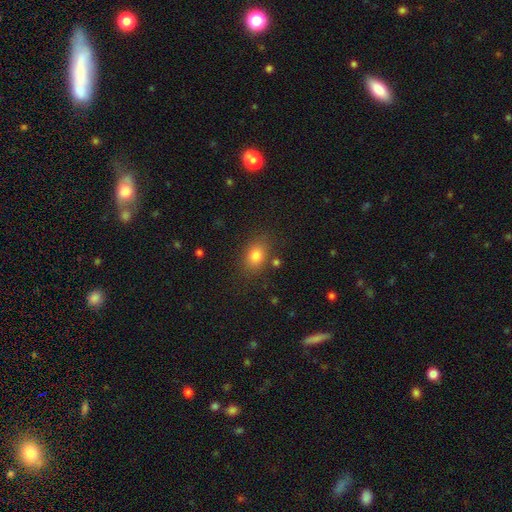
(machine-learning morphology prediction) The model was most divided on "how rounded": in between: 67%, round: 32%, cigar-shaped: 1%. More confident: smooth or featured — smooth (80%); merging — none (79%).